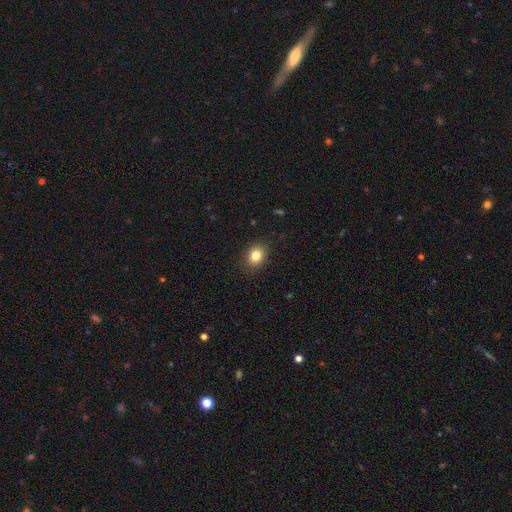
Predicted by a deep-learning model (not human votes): smooth 82%, star or artifact 11%, featured or disk 7%. Down the decision tree: how rounded — round (50%); merging — none (88%).